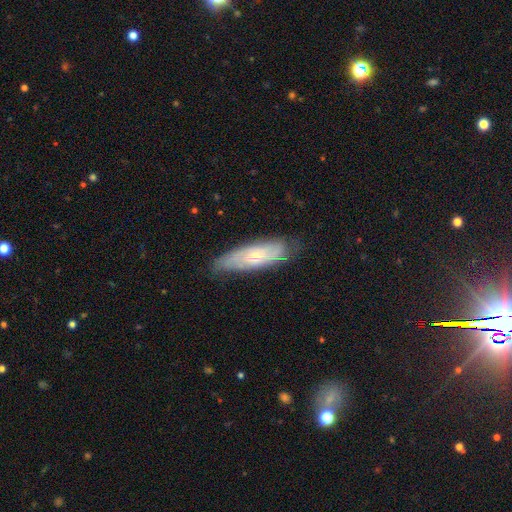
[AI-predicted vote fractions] smooth-or-featured: featured or disk: 58% | smooth: 35% | star or artifact: 7%
  disk-edge-on: no: 75% | yes: 25%
  merging: none: 76% | minor disturbance: 19% | major disturbance: 4% | merger: 1%